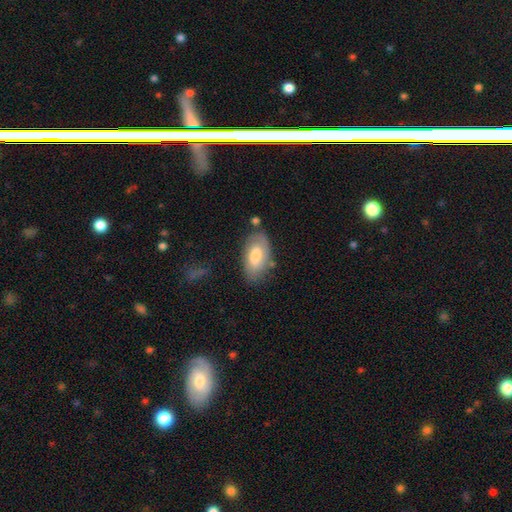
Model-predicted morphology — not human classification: A smooth galaxy with no disk features (65%) that is in between round and cigar-shaped (93%).

Vote fractions:
- Smooth or featured? smooth: 65% / featured or disk: 29% / star or artifact: 6%
- How rounded? in between: 93% / cigar-shaped: 4% / round: 3%
- Merging? none: 72% / minor disturbance: 19% / major disturbance: 5% / merger: 4%